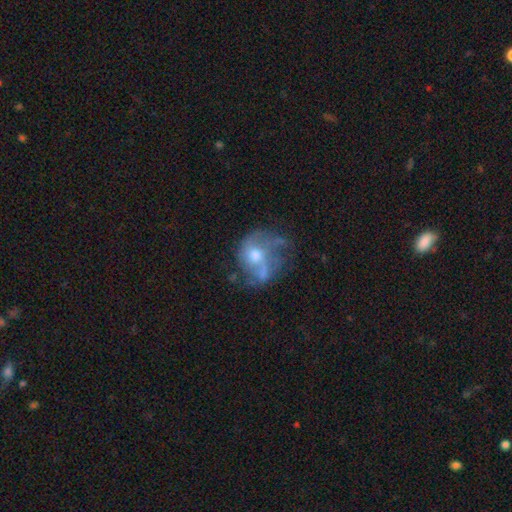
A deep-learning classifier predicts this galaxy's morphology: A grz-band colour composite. It shows a featured or disk galaxy (61%) with no bar (79%), spiral arms (55%) and a moderate central bulge (67%). Merging: none (37%).